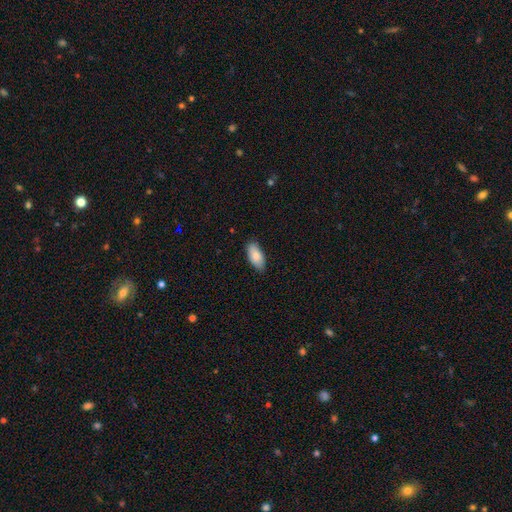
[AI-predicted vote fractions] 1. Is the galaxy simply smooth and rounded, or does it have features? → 84% smooth, 10% featured or disk, 6% star or artifact.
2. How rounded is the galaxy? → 89% in between, 9% cigar-shaped, 2% round.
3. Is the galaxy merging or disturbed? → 82% none, 15% minor disturbance, 2% major disturbance, 1% merger.